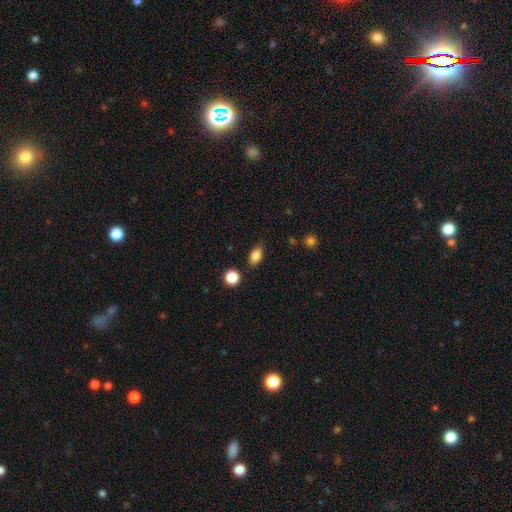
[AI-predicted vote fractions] Smooth or featured: smooth — 86% (star or artifact — 9%)
How rounded: in between — 85% (round — 11%)
Merging: none — 79% (minor disturbance — 16%)